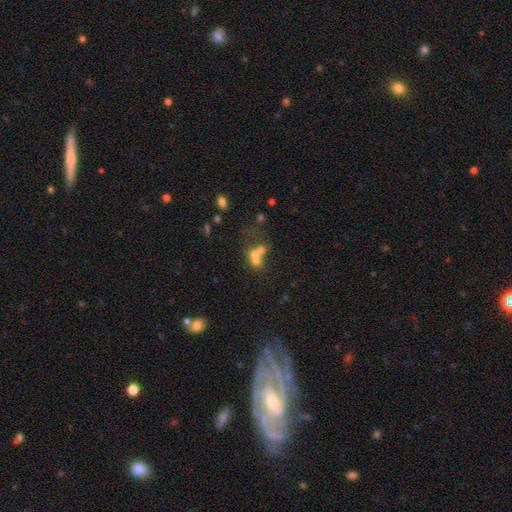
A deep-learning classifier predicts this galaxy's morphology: Q: Smooth or featured?
A: smooth (54%); runner-up: featured or disk (28%)
Q: How rounded?
A: round (60%); runner-up: in between (38%)
Q: Merging?
A: merger (60%); runner-up: none (24%)